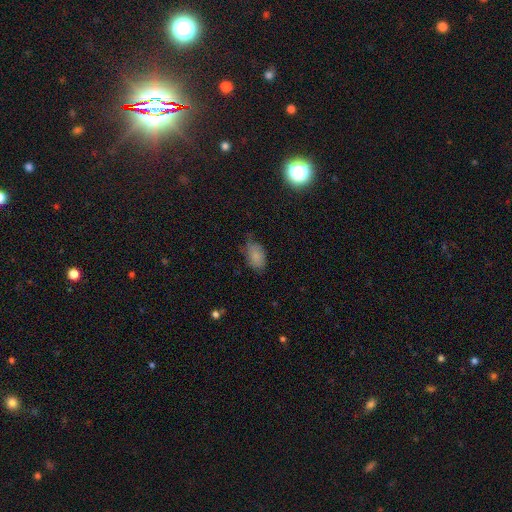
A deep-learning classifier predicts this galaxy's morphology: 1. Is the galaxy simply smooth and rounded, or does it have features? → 83% smooth, 9% star or artifact, 8% featured or disk.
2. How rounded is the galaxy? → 91% in between, 7% round, 2% cigar-shaped.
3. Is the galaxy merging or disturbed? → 58% none, 32% minor disturbance, 8% major disturbance, 2% merger.